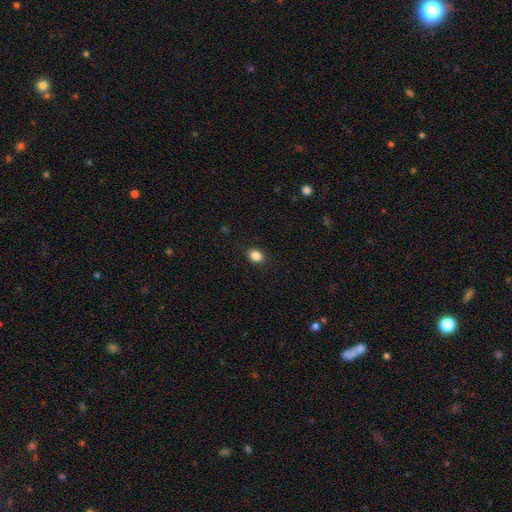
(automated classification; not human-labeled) smooth_or_featured: smooth (p=0.86) [alt: star or artifact p=0.10]
how_rounded: round (p=0.59) [alt: in between p=0.40]
merging: none (p=0.90) [alt: minor disturbance p=0.07]